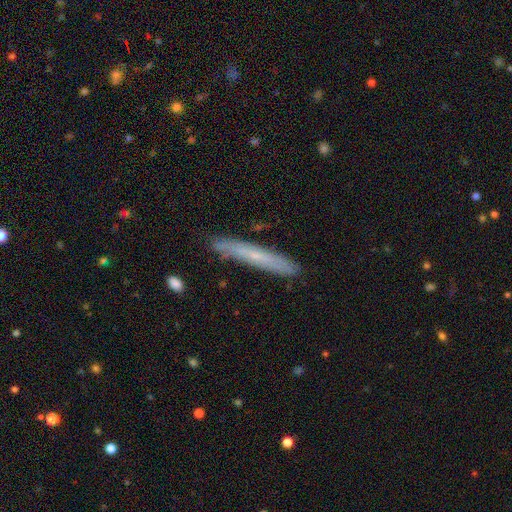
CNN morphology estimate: This is possibly a smooth galaxy (51%). How rounded: clearly cigar-shaped (95%). Merging: clearly none (87%).